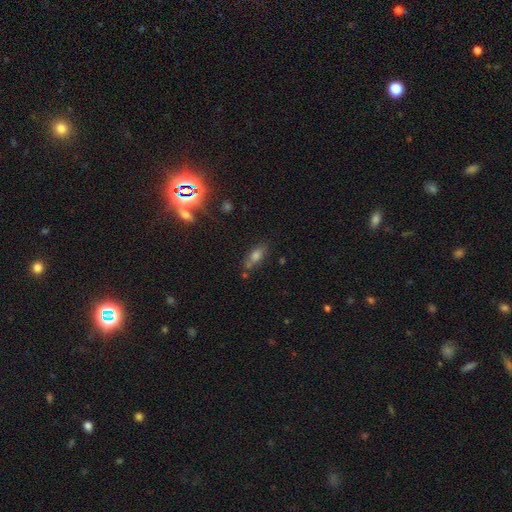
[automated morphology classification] smooth-or-featured: smooth: 60% | star or artifact: 22% | featured or disk: 18%
  how-rounded: in between: 74% | cigar-shaped: 19% | round: 7%
  merging: none: 66% | minor disturbance: 17% | merger: 11% | major disturbance: 6%